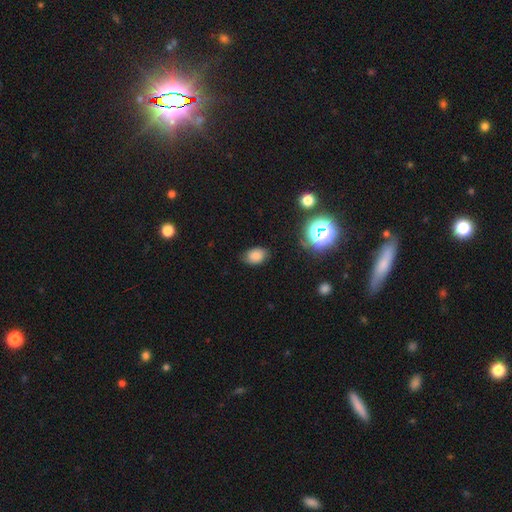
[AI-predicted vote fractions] A smooth galaxy with no disk features (80%) that is in between round and cigar-shaped (83%). Merging: none (81%).